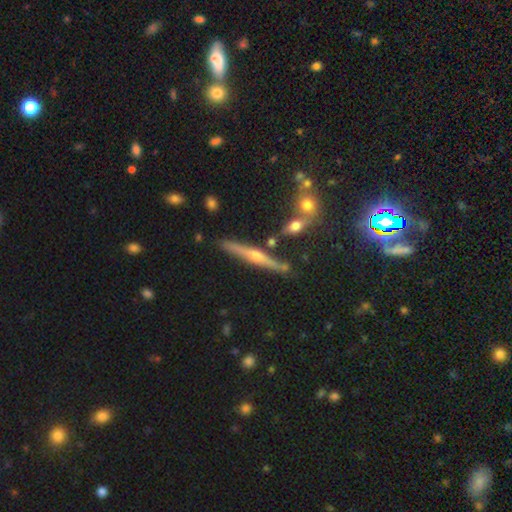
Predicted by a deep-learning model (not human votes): The model was most divided on "smooth or featured": featured or disk: 68%, smooth: 24%, star or artifact: 8%. More confident: edge-on disk — yes (97%); edge-on bulge — rounded (82%); merging — none (82%).